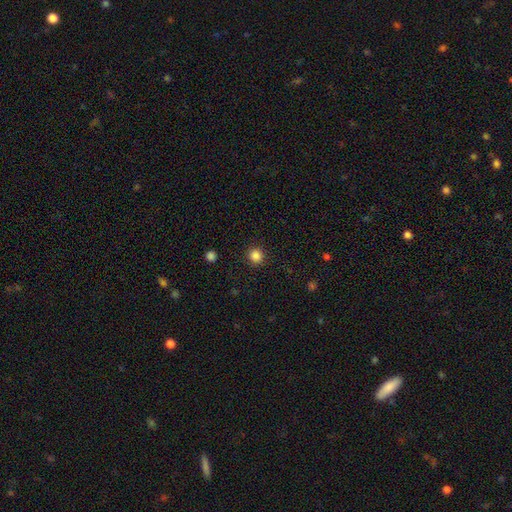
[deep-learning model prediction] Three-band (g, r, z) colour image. It shows a smooth galaxy with no disk features (85%) that is round (94%). Merging: none (92%).